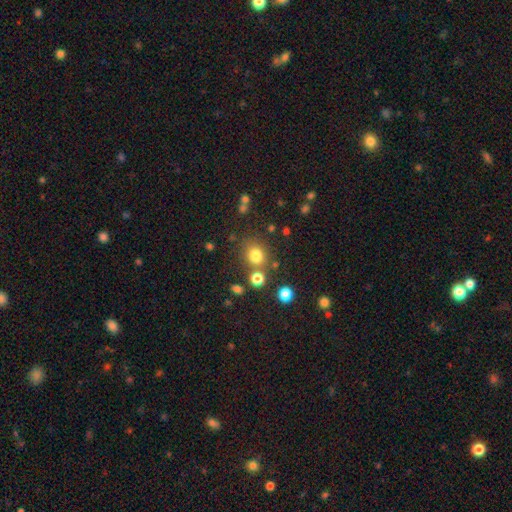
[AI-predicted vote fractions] This appears to be a smooth galaxy with no disk features (77%) that is round (78%). Merging: none (74%).